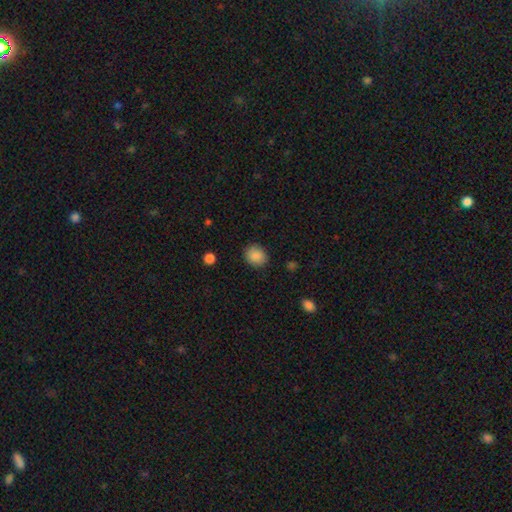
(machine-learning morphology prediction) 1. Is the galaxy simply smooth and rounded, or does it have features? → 88% smooth, 8% star or artifact, 4% featured or disk.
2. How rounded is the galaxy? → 63% round, 36% in between, 1% cigar-shaped.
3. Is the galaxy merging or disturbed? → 87% none, 9% minor disturbance, 3% major disturbance, 1% merger.